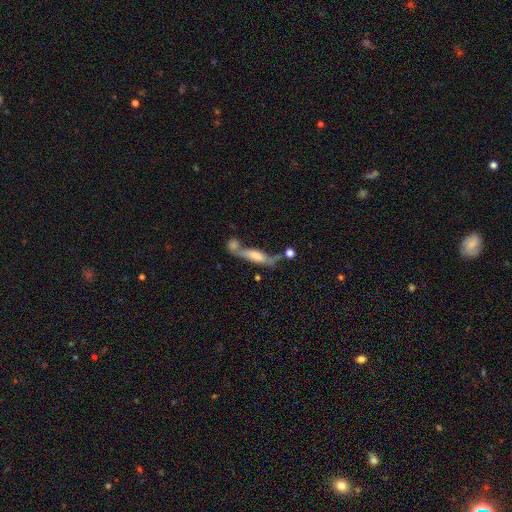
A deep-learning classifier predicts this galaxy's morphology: This is possibly a featured or disk galaxy (49%). Merging: marginally none (37%).